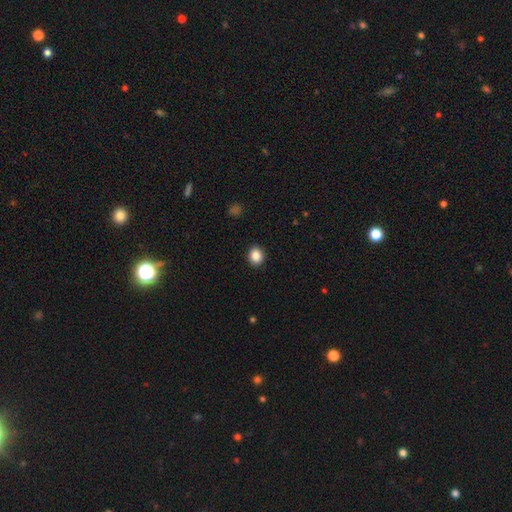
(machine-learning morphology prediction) Overall: smooth (87%). How rounded: round (65%; in between 34%). Merging: none (91%).